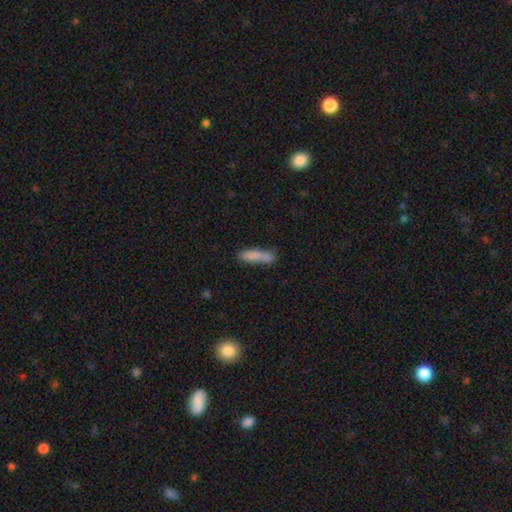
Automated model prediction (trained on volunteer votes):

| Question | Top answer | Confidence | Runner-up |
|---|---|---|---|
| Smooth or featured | smooth | 81% | featured or disk (11%) |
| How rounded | cigar-shaped | 77% | in between (21%) |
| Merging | none | 64% | minor disturbance (22%) |